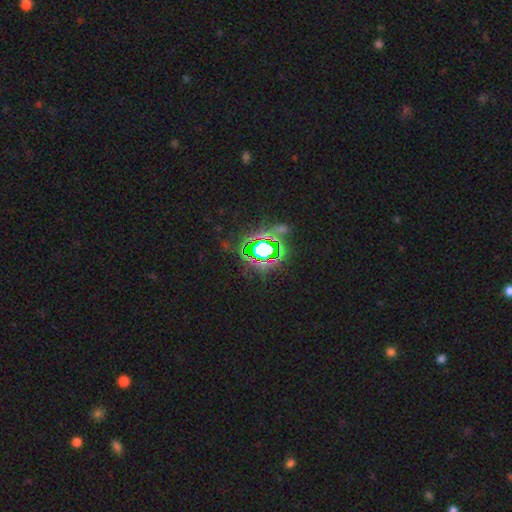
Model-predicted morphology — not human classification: This appears to be a star or artifact, not a galaxy (77%).